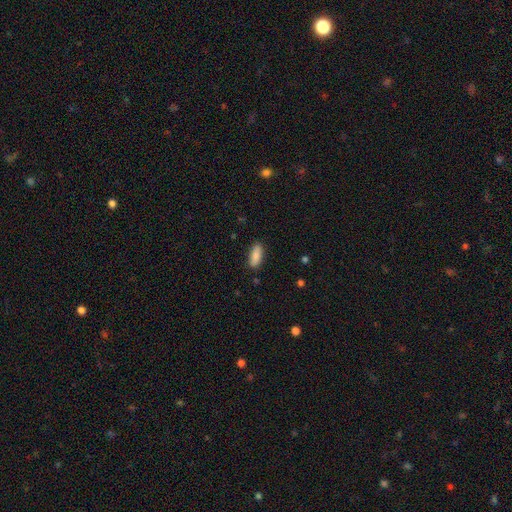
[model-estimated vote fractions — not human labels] Smooth or featured? Predicted: smooth (p=0.87). How rounded? Predicted: in between (p=0.78). Merging? Predicted: none (p=0.87).